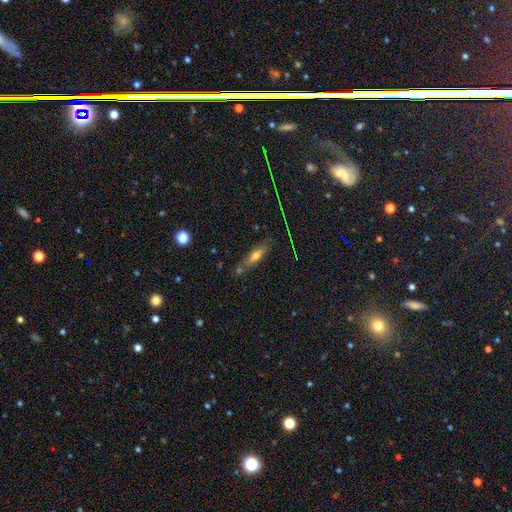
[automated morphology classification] A smooth galaxy with no disk features (51%) that is cigar-shaped (63%). Merging: none (66%).